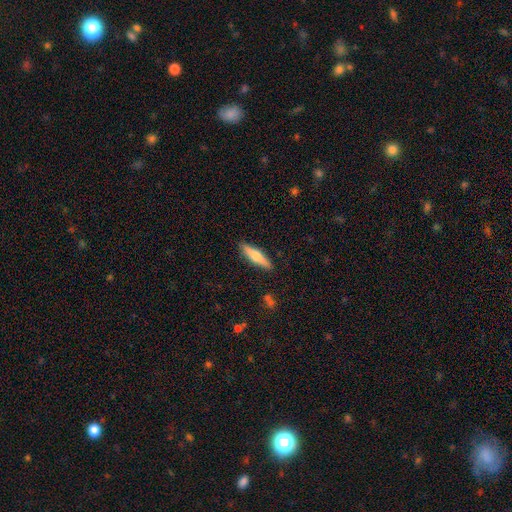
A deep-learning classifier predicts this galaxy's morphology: Smooth or featured? smooth (57%)
How rounded? cigar-shaped (75%)
Merging? none (88%)